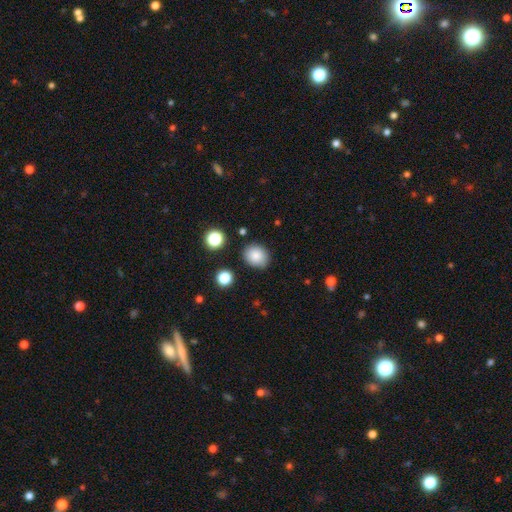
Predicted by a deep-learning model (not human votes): A smooth galaxy with no disk features (85%) that is round (57%).

Vote fractions:
- Smooth or featured? smooth: 85% / star or artifact: 10% / featured or disk: 5%
- How rounded? round: 57% / in between: 42% / cigar-shaped: 1%
- Merging? none: 84% / minor disturbance: 11% / major disturbance: 3% / merger: 3%